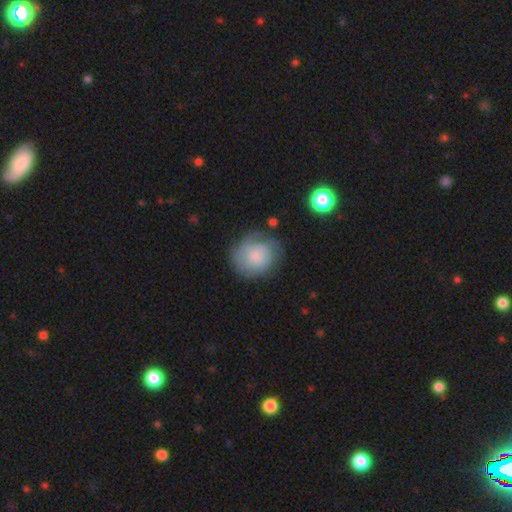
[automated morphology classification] Q: Smooth or featured?
A: smooth (47%); runner-up: featured or disk (45%)
Q: Merging?
A: none (59%); runner-up: minor disturbance (25%)